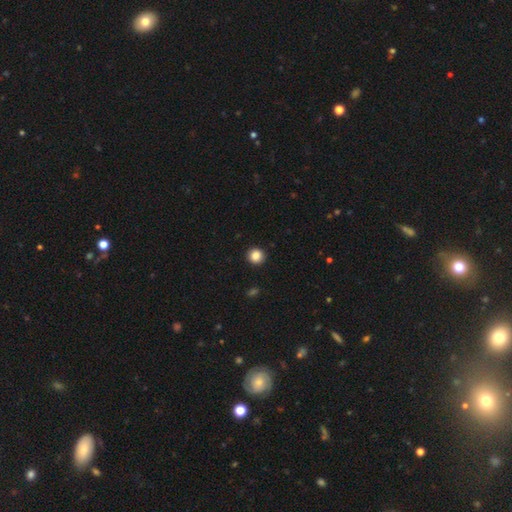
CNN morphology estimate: A smooth galaxy with no disk features (86%) that is round (90%).

Vote fractions:
- Smooth or featured? smooth: 86% / star or artifact: 10% / featured or disk: 3%
- How rounded? round: 90% / in between: 9% / cigar-shaped: 1%
- Merging? none: 92% / minor disturbance: 5% / major disturbance: 2% / merger: 1%